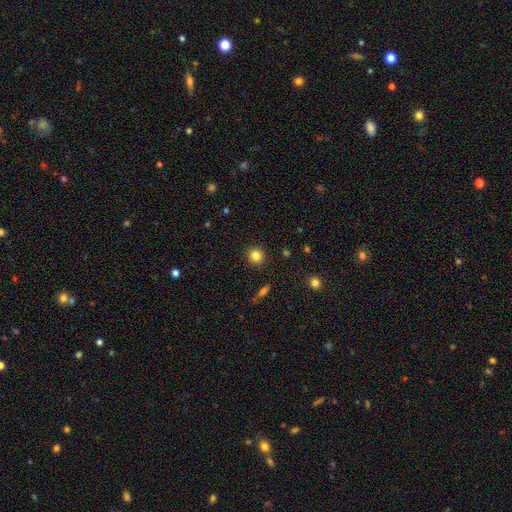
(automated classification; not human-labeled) Smooth or featured? smooth (83%)
How rounded? round (93%)
Merging? none (92%)